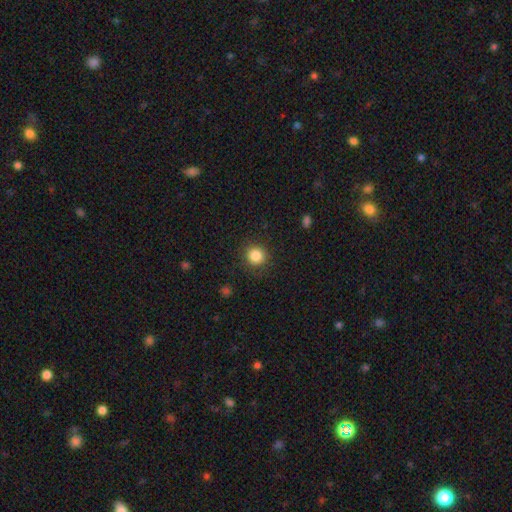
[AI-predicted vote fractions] Morphology: type=smooth (85%); roundness=round (92%); merging=none (89%).